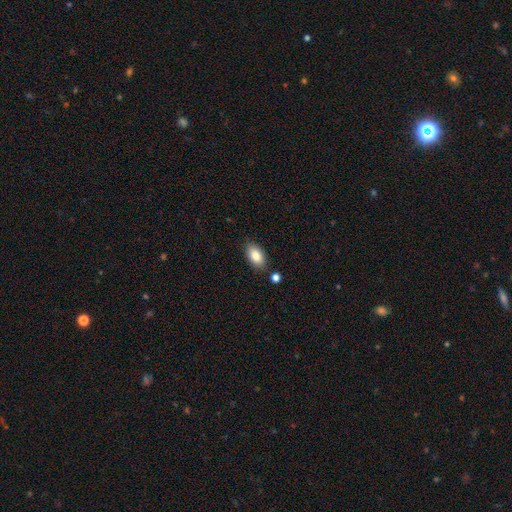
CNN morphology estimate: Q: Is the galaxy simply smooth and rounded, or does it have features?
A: smooth — 85%.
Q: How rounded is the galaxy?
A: in between — 93%.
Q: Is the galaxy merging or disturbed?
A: none — 83%.